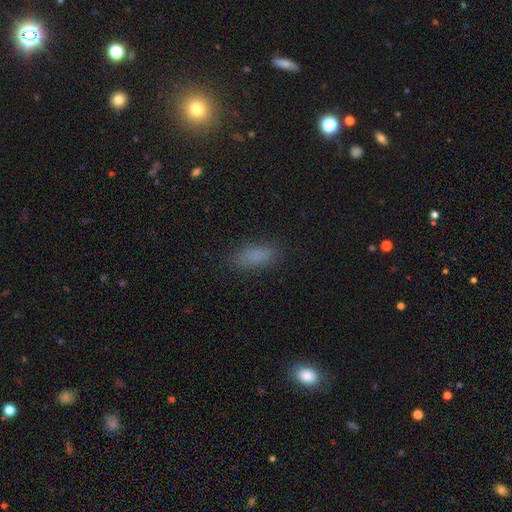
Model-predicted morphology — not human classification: This is clearly a smooth galaxy (83%). How rounded: likely in between (76%). Merging: clearly none (84%).